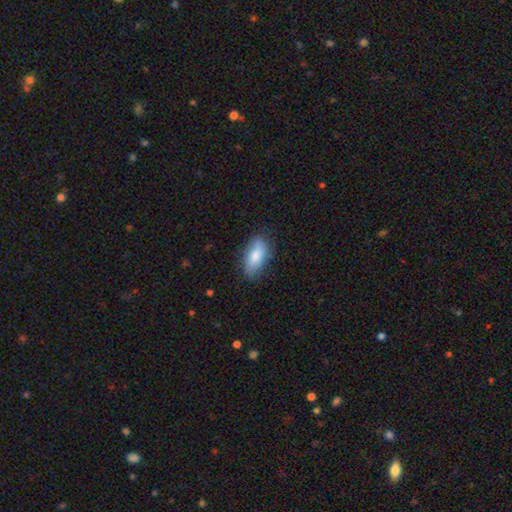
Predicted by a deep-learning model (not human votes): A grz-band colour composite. It shows a smooth galaxy with no disk features (79%) that is in between round and cigar-shaped (88%). Merging: none (75%).